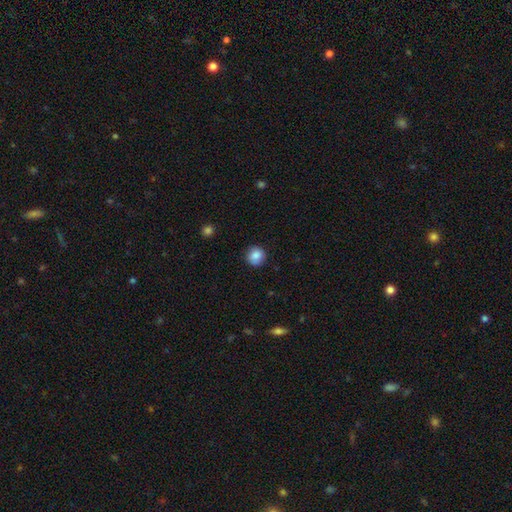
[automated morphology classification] A smooth galaxy with no disk features (85%) that is round (91%).

Vote fractions:
- Smooth or featured? smooth: 85% / star or artifact: 9% / featured or disk: 6%
- How rounded? round: 91% / in between: 8% / cigar-shaped: 1%
- Merging? none: 87% / minor disturbance: 9% / major disturbance: 2% / merger: 1%